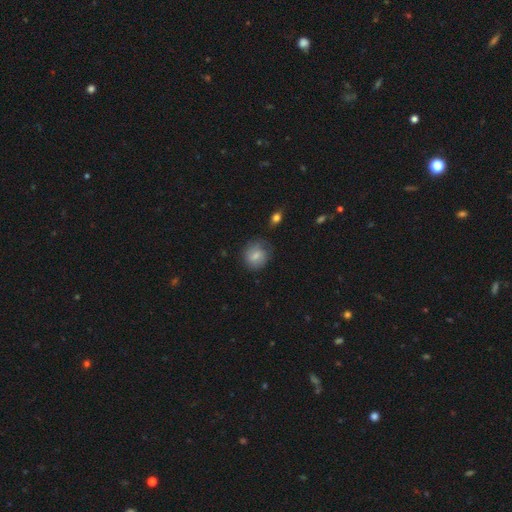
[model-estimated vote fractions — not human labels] smooth-or-featured: smooth: 72% | featured or disk: 20% | star or artifact: 8%
  how-rounded: round: 72% | in between: 27% | cigar-shaped: 1%
  merging: none: 71% | minor disturbance: 21% | major disturbance: 6% | merger: 2%